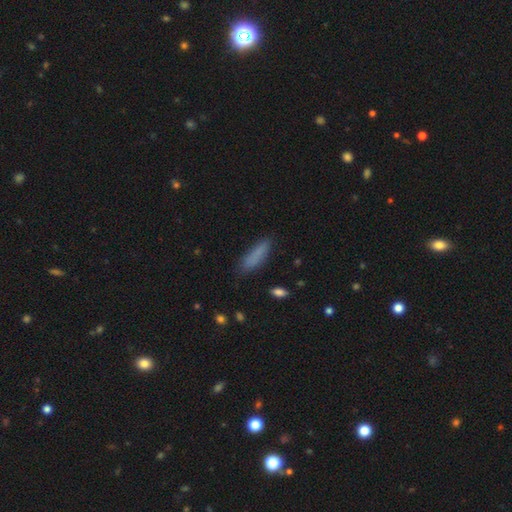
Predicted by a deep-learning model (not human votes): smooth 83%, featured or disk 9%, star or artifact 8%. Down the decision tree: how rounded — cigar-shaped (69%); merging — none (79%).